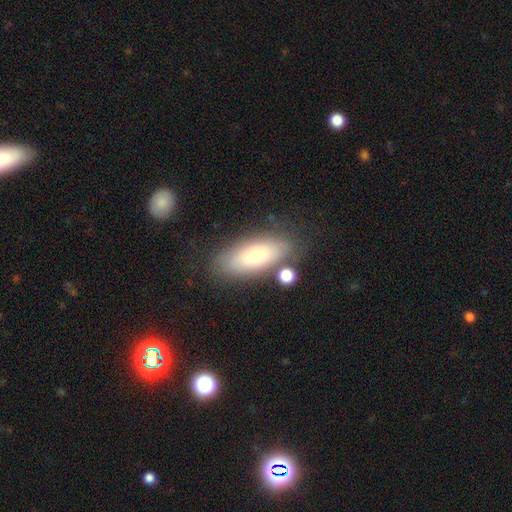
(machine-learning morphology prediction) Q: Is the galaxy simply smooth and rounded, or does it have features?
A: smooth — 68%.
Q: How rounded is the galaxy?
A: in between — 82%.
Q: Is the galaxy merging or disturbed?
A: none — 74%.